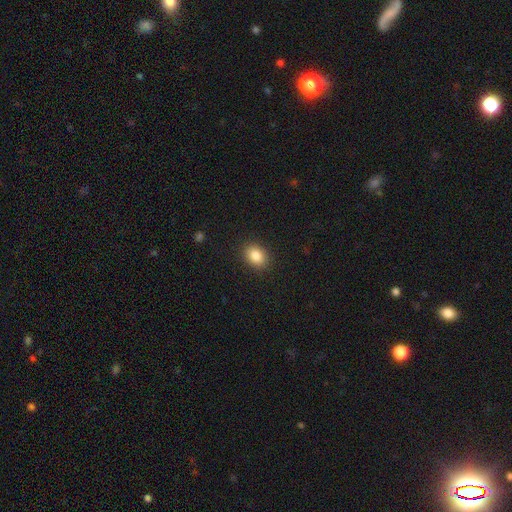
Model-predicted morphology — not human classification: This appears to be a smooth galaxy with no disk features (86%) that is in between round and cigar-shaped (65%). Merging: none (89%).